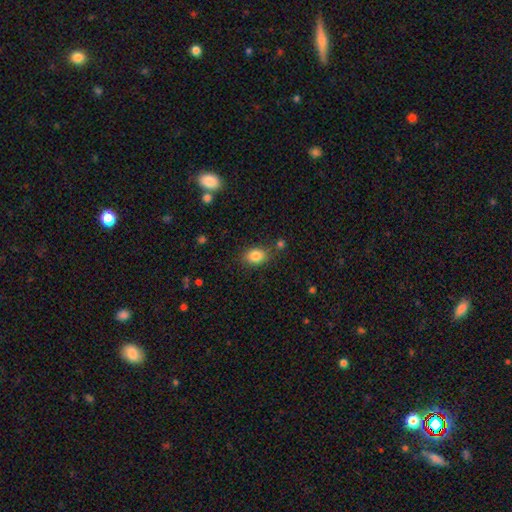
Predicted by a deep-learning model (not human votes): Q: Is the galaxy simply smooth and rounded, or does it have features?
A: smooth — 84%.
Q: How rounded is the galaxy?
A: in between — 67%.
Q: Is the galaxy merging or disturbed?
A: none — 76%.